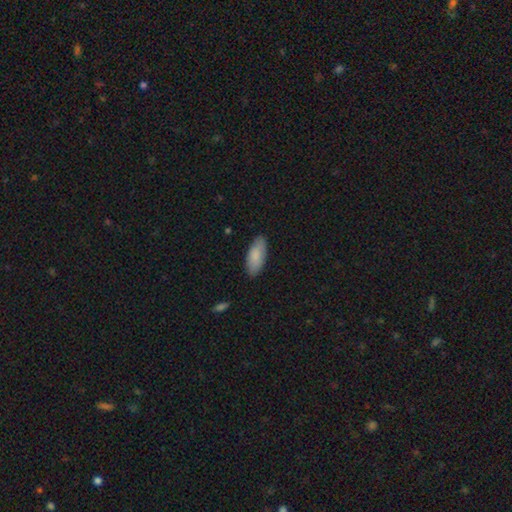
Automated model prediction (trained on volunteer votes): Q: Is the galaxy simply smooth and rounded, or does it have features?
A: smooth — 86%.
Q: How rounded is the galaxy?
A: in between — 84%.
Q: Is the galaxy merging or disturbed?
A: none — 86%.